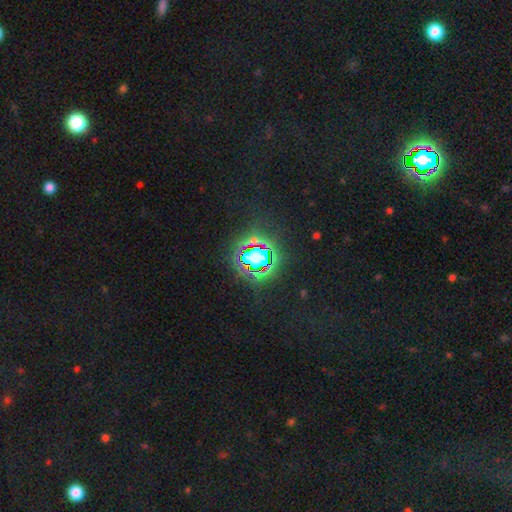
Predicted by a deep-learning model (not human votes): A star or artifact, not a galaxy (73%).

Vote fractions:
- Smooth or featured? star or artifact: 73% / smooth: 17% / featured or disk: 10%